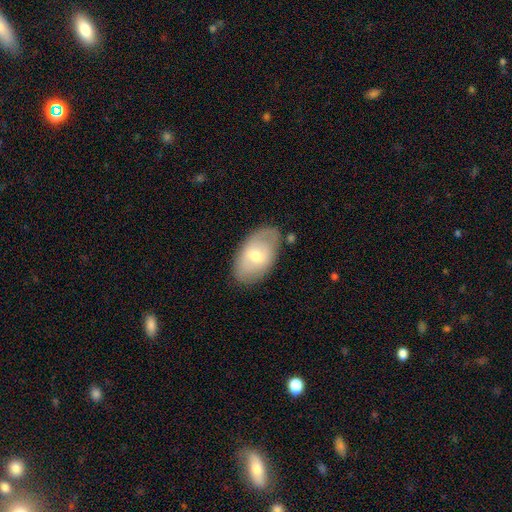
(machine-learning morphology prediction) The model was most divided on "smooth or featured": smooth: 55%, featured or disk: 39%, star or artifact: 7%. More confident: how rounded — in between (93%); merging — none (75%).